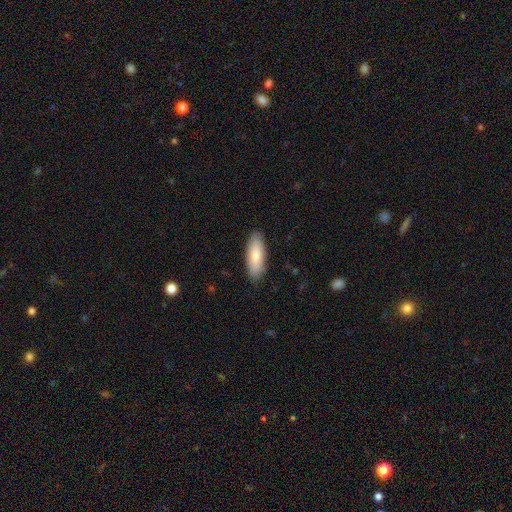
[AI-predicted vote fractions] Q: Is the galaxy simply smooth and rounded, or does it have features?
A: smooth — 82%.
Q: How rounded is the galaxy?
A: in between — 69%.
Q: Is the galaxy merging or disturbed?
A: none — 88%.